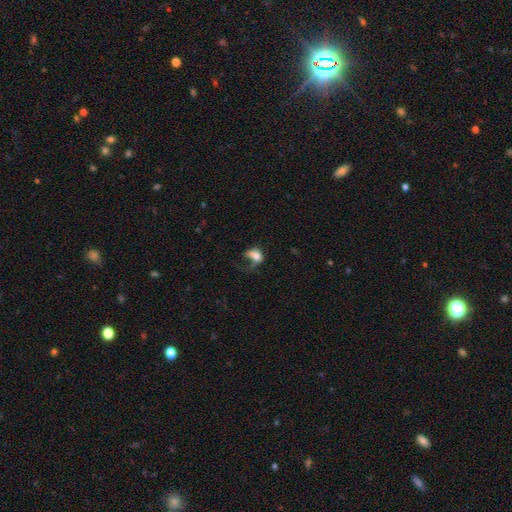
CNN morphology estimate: Overall: smooth (61%; featured or disk 28%). How rounded: in between (66%; round 32%). Merging: major disturbance (57%; none 18%).